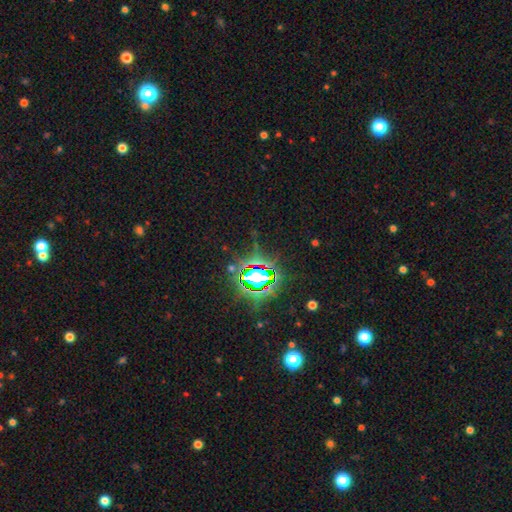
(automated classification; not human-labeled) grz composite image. It shows a star or artifact, not a galaxy (83%).